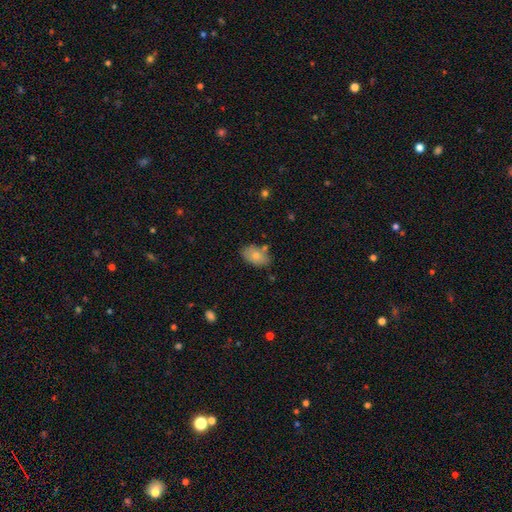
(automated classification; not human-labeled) A smooth galaxy with no disk features (79%) that is in between round and cigar-shaped (91%).

Vote fractions:
- Smooth or featured? smooth: 79% / featured or disk: 14% / star or artifact: 7%
- How rounded? in between: 91% / round: 8% / cigar-shaped: 1%
- Merging? none: 72% / minor disturbance: 18% / merger: 7% / major disturbance: 4%